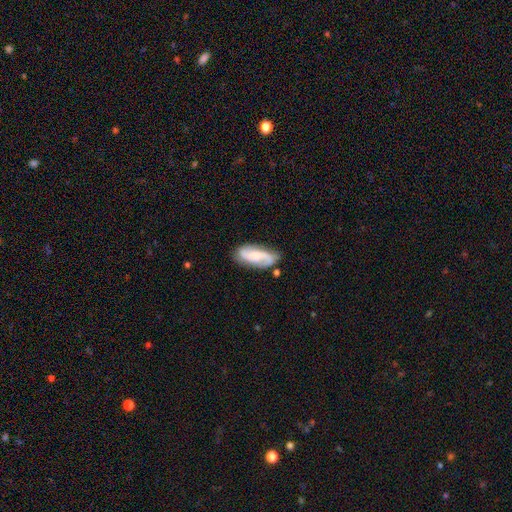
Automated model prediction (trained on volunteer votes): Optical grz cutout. It shows a featured or disk galaxy (65%) with no bar (53%), 2 (84%) medium (42%) spiral arms (94%) and a small central bulge (42%). Merging: none (72%).